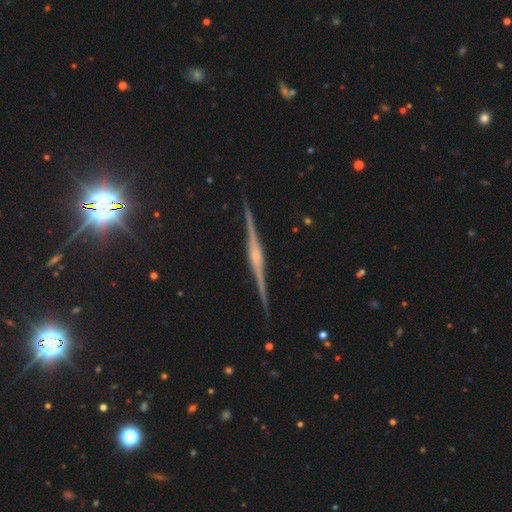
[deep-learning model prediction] Q: Smooth or featured?
A: featured or disk (87%); runner-up: star or artifact (7%)
Q: Edge-on disk?
A: yes (99%); runner-up: no (1%)
Q: Edge-on bulge?
A: rounded (61%); runner-up: boxy (26%)
Q: Merging?
A: none (92%); runner-up: minor disturbance (6%)